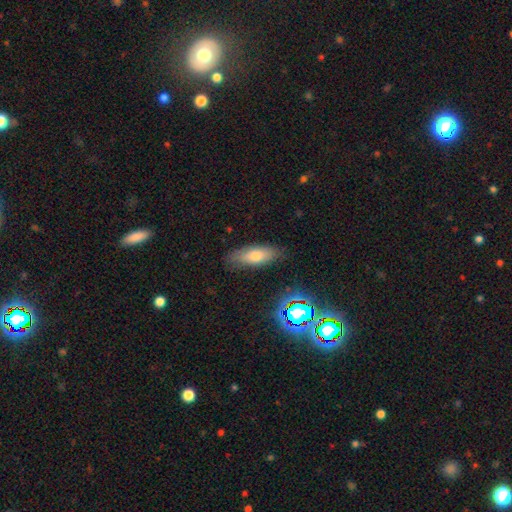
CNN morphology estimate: The model was most divided on "how rounded": in between: 66%, cigar-shaped: 31%, round: 3%. More confident: merging — none (82%); smooth or featured — smooth (68%).